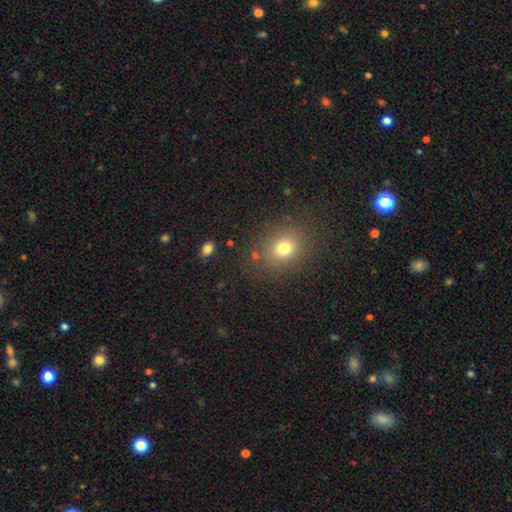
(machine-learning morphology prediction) This is likely a smooth galaxy (72%). How rounded: likely round (66%). Merging: clearly none (85%).